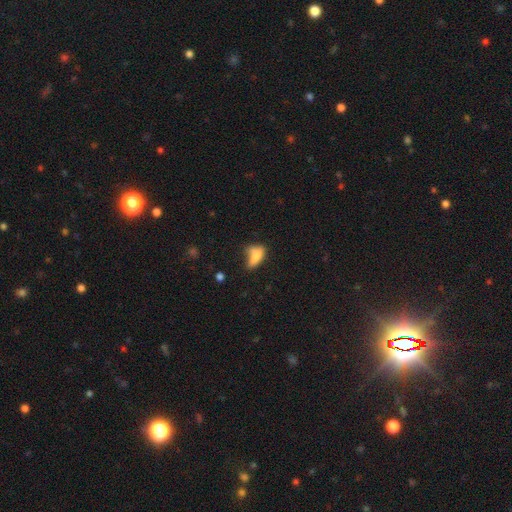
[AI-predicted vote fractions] A smooth galaxy with no disk features (74%) that is in between round and cigar-shaped (83%). Merging: minor disturbance (32%, tied with none).